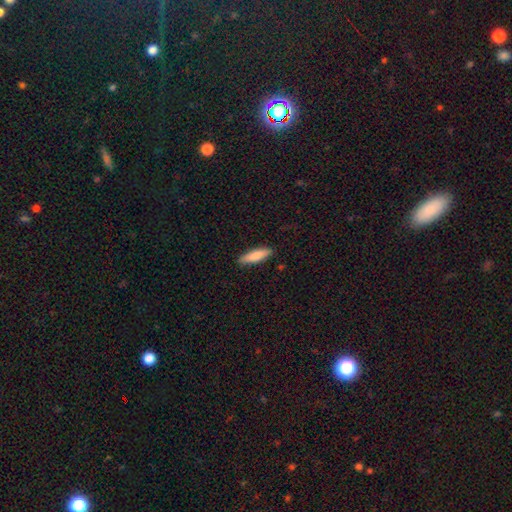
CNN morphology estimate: smooth 80%, featured or disk 14%, star or artifact 6%. Down the decision tree: how rounded — cigar-shaped (57%); merging — none (87%).